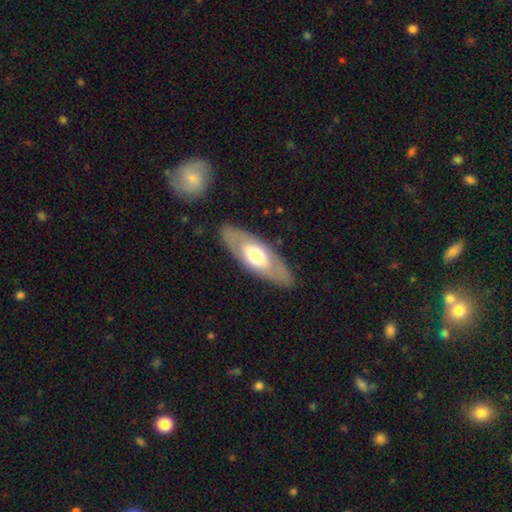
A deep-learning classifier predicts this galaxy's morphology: Smooth or featured: smooth — 48% (featured or disk — 47%)
Merging: none — 86% (minor disturbance — 10%)